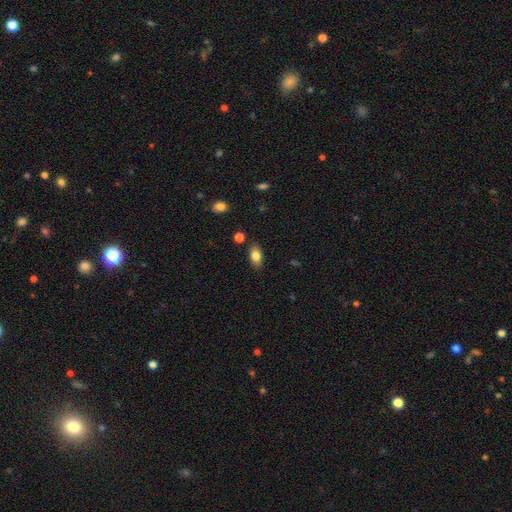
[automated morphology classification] This is clearly a smooth galaxy (82%). How rounded: clearly in between (89%). Merging: clearly none (84%).